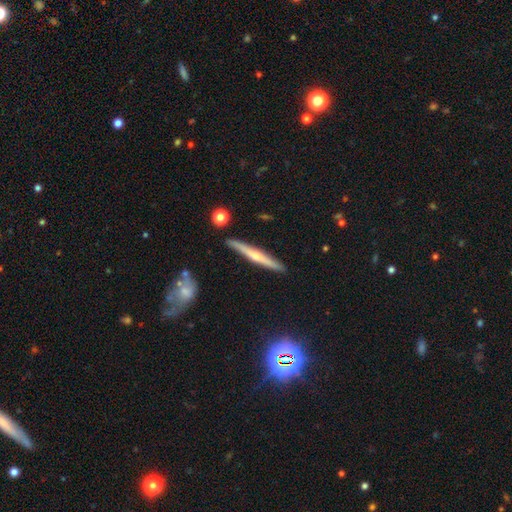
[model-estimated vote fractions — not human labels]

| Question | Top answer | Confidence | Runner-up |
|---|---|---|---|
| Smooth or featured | featured or disk | 62% | smooth (32%) |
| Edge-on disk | yes | 97% | no (3%) |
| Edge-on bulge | rounded | 73% | none (22%) |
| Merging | none | 88% | minor disturbance (8%) |